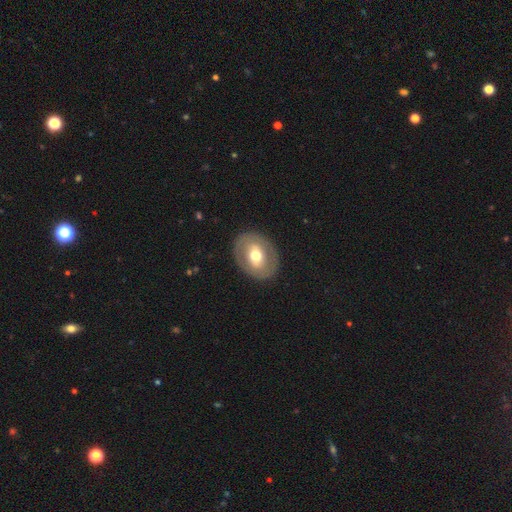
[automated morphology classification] This is possibly a smooth galaxy (48%). Merging: clearly none (85%).